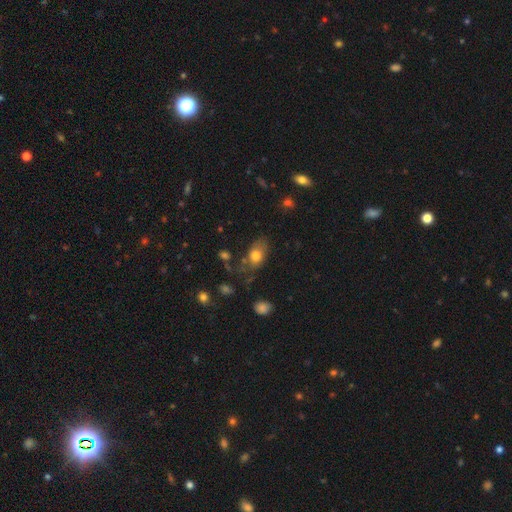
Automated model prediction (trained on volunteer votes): This is likely a smooth galaxy (75%). How rounded: clearly in between (81%). Merging: possibly none (54%).